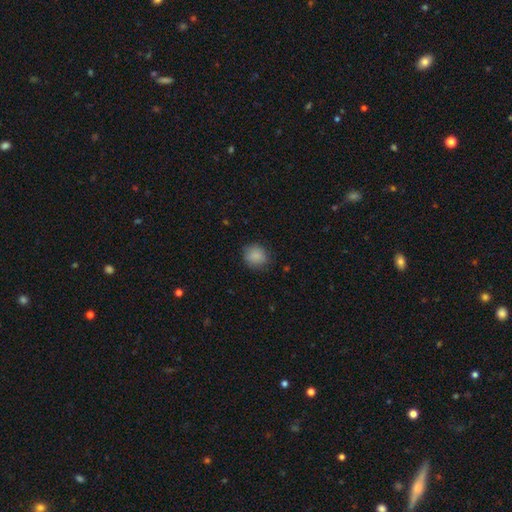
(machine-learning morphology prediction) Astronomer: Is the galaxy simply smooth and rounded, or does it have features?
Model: smooth — 87%.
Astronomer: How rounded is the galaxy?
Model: round — 79%.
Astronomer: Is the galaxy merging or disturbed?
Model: none — 81%.